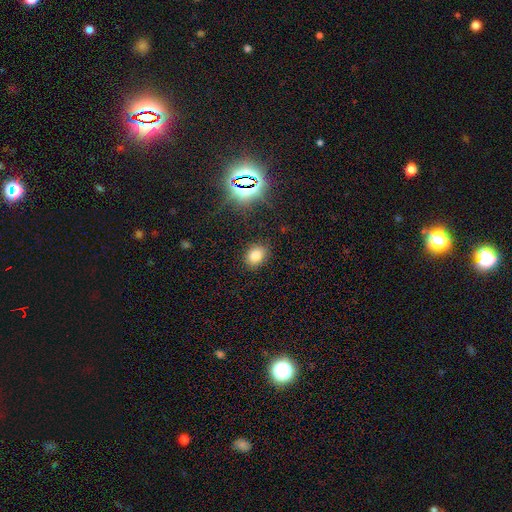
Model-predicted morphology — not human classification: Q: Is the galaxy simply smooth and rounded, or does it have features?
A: smooth — 77%.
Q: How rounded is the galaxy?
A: in between — 56%.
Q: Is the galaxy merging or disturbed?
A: none — 85%.